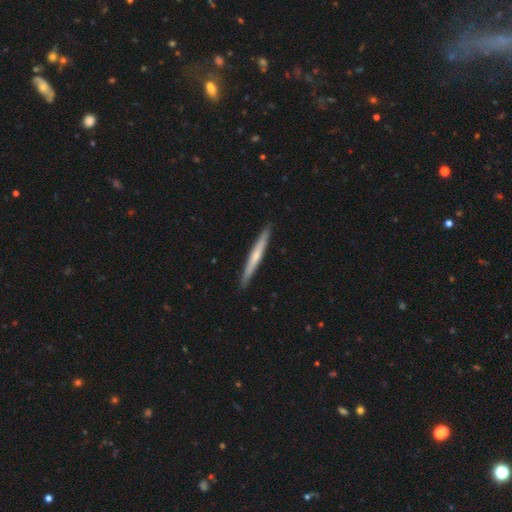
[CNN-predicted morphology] featured or disk 52%, smooth 43%, star or artifact 5%. Down the decision tree: edge-on disk — yes (97%); merging — none (92%).